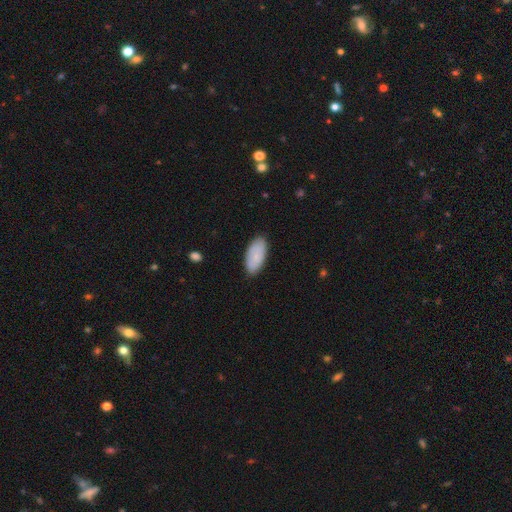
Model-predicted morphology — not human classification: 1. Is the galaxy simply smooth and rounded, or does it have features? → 77% smooth, 18% featured or disk, 6% star or artifact.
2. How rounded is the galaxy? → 94% in between, 4% cigar-shaped, 2% round.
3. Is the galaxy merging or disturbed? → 85% none, 12% minor disturbance, 2% major disturbance, 1% merger.